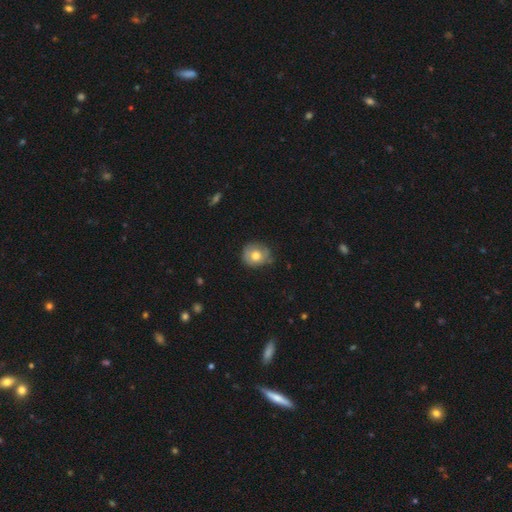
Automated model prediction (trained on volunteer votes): This appears to be a smooth galaxy with no disk features (71%) that is round (78%). Merging: none (70%).